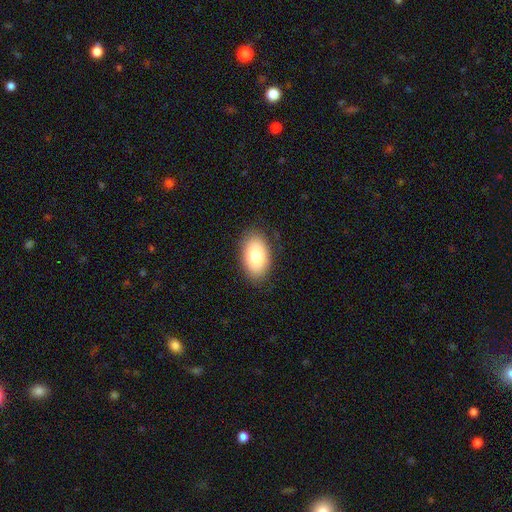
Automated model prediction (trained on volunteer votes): A smooth galaxy with no disk features (80%) that is in between round and cigar-shaped (92%).

Vote fractions:
- Smooth or featured? smooth: 80% / featured or disk: 13% / star or artifact: 8%
- How rounded? in between: 92% / round: 6% / cigar-shaped: 1%
- Merging? none: 85% / minor disturbance: 11% / major disturbance: 3% / merger: 1%